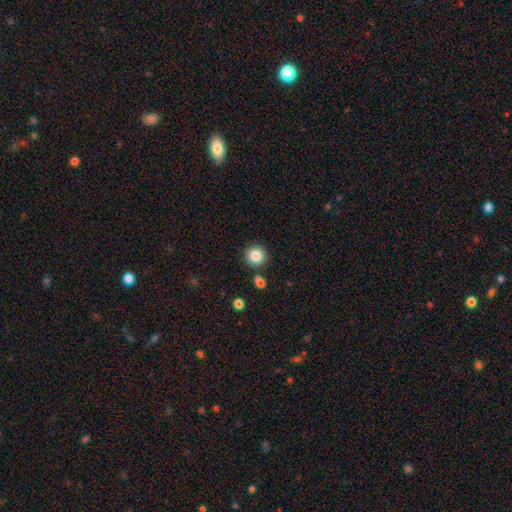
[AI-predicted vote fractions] Smooth or featured: smooth — 85% (star or artifact — 10%)
How rounded: round — 94% (in between — 5%)
Merging: none — 85% (minor disturbance — 7%)